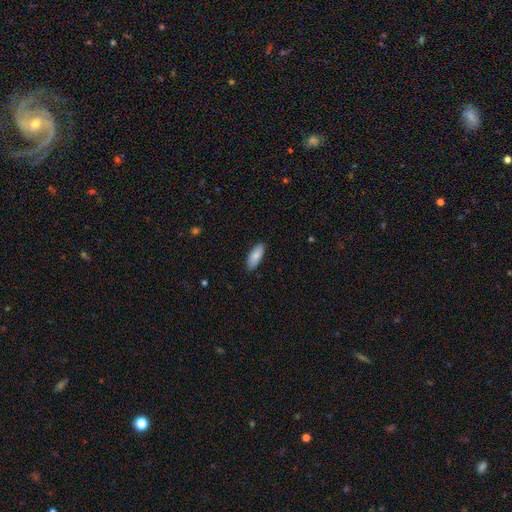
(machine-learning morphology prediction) Smooth or featured?
  - smooth: 85% *
  - featured or disk: 9%
  - star or artifact: 6%
How rounded?
  - in between: 81% *
  - cigar-shaped: 17%
  - round: 2%
Merging?
  - none: 85% *
  - minor disturbance: 12%
  - major disturbance: 2%
  - merger: 1%